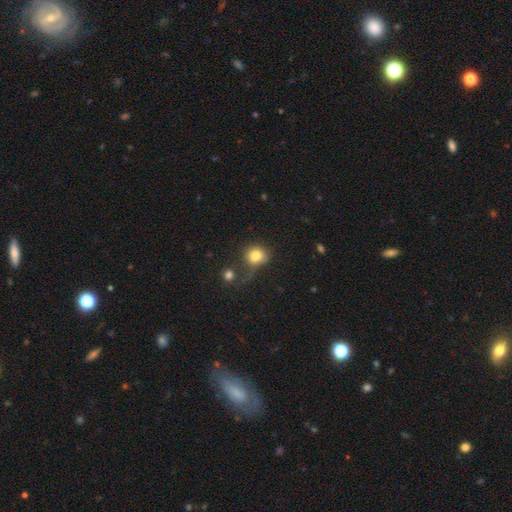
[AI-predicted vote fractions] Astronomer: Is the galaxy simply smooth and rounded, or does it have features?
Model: smooth — 81%.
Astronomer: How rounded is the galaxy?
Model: round — 77%.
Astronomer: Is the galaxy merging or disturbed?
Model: none — 42% (runner-up: minor disturbance, 21%).